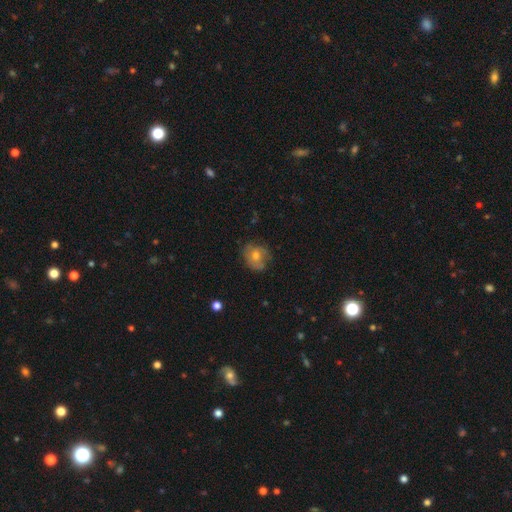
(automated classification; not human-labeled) Smooth or featured? smooth (52%)
How rounded? round (68%)
Merging? none (66%)